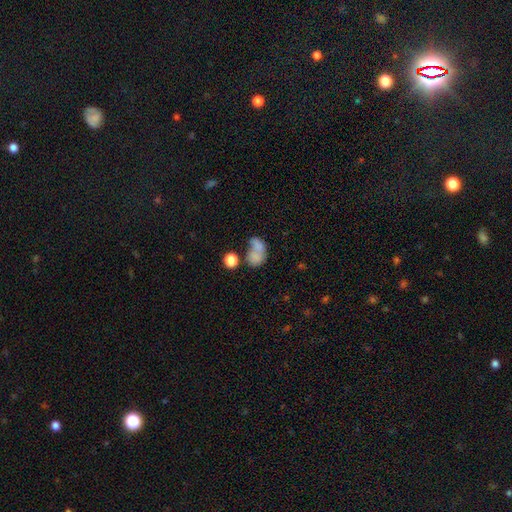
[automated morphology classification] smooth_or_featured: smooth (p=0.69) [alt: featured or disk p=0.19]
how_rounded: in between (p=0.70) [alt: round p=0.28]
merging: merger (p=0.45) [alt: none p=0.25]